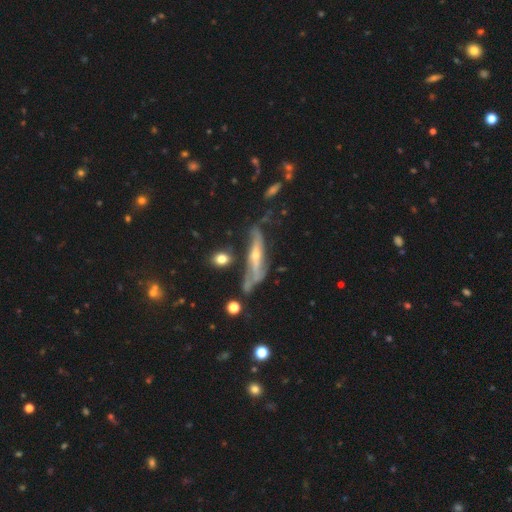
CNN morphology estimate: Smooth or featured: featured or disk — 71% (smooth — 20%)
Edge-on disk: yes — 62% (no — 38%)
Merging: none — 45% (minor disturbance — 26%)